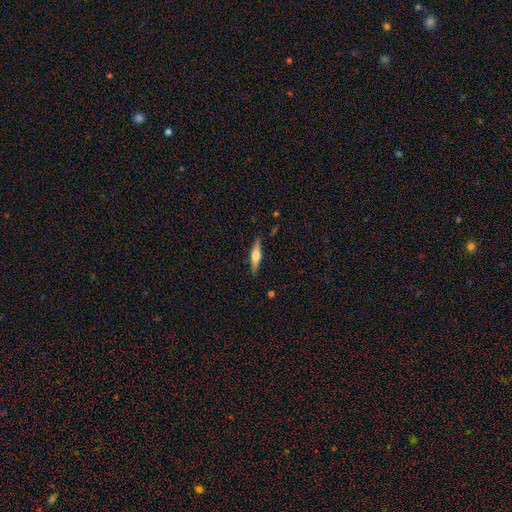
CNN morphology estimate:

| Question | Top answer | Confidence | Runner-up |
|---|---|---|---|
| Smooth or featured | featured or disk | 51% | smooth (43%) |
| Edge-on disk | yes | 95% | no (5%) |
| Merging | none | 87% | minor disturbance (10%) |